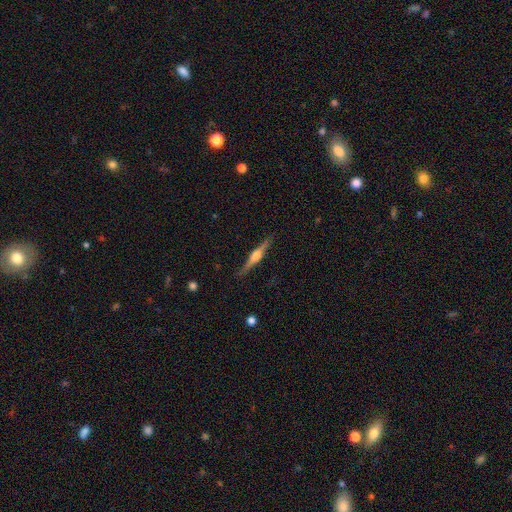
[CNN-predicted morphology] Q: Smooth or featured?
A: featured or disk (75%); runner-up: smooth (19%)
Q: Edge-on disk?
A: yes (98%); runner-up: no (2%)
Q: Edge-on bulge?
A: rounded (86%); runner-up: boxy (10%)
Q: Merging?
A: none (88%); runner-up: minor disturbance (9%)